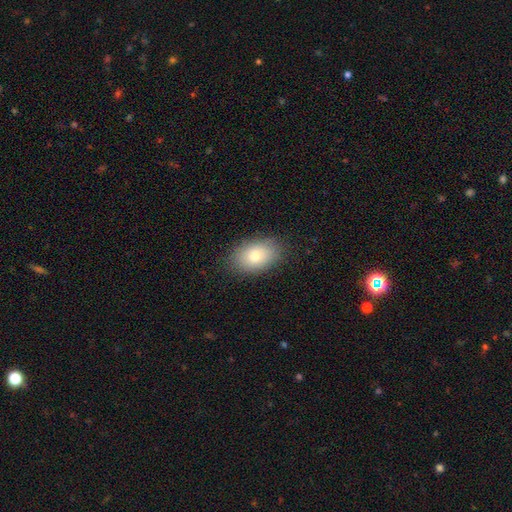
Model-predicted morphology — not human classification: Smooth or featured? Predicted: smooth (p=0.77). How rounded? Predicted: in between (p=0.83). Merging? Predicted: none (p=0.85).